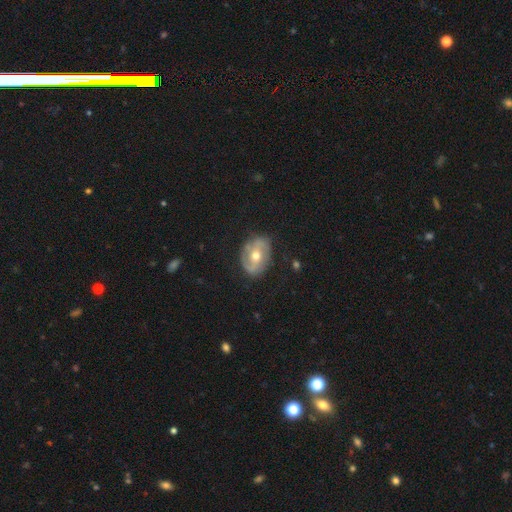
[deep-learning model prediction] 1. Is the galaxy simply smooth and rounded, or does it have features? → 71% featured or disk, 23% smooth, 6% star or artifact.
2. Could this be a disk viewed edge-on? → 96% no, 4% yes.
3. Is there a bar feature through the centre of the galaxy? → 39% weak, 38% no, 23% strong.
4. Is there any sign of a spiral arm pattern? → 79% yes, 21% no.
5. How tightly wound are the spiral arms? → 41% medium, 34% loose, 26% tight.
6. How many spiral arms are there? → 79% 2, 11% can't tell, 5% 1, 2% 3, 1% 4, 1% more than 4.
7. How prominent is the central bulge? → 73% moderate, 21% small, 4% large, 1% none, 1% dominant.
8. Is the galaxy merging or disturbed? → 74% none, 18% minor disturbance, 6% major disturbance, 1% merger.